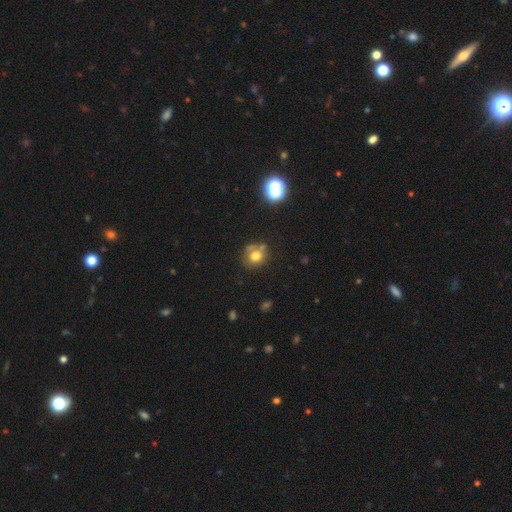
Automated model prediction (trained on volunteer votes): Smooth or featured: smooth — 72% (star or artifact — 15%)
How rounded: round — 79% (in between — 20%)
Merging: none — 58% (minor disturbance — 20%)